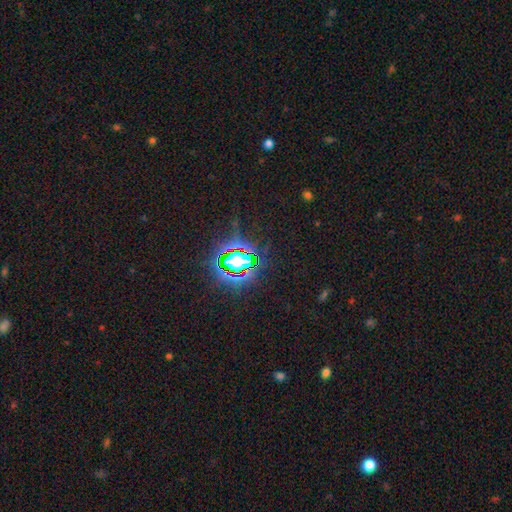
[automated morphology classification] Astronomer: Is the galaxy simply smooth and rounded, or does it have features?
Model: star or artifact — 84%.